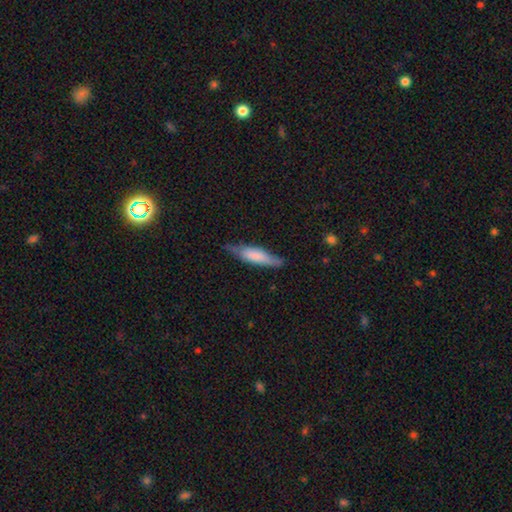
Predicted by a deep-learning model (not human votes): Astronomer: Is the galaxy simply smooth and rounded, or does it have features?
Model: smooth — 65%.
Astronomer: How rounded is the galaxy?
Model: cigar-shaped — 67%.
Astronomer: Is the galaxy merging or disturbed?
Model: none — 69%.